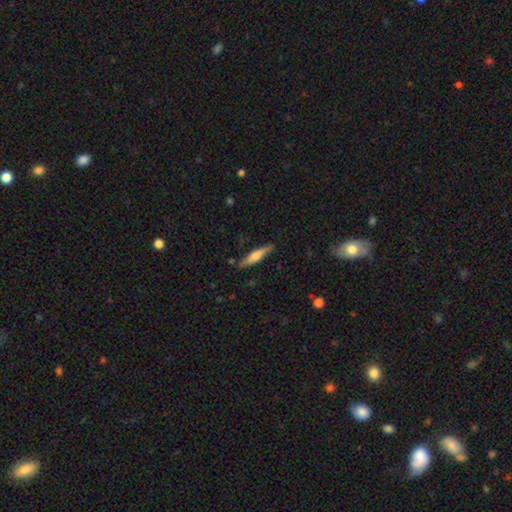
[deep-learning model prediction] Morphology: type=smooth (54%); roundness=cigar-shaped (85%); merging=none (84%).